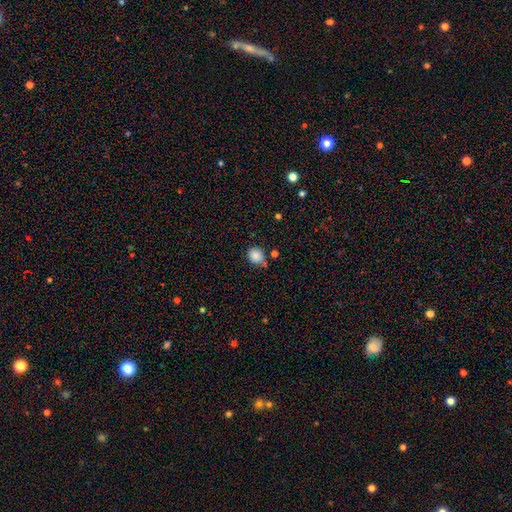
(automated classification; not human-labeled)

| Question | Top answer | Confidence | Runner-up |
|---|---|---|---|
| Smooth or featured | smooth | 85% | star or artifact (10%) |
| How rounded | round | 85% | in between (14%) |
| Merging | none | 70% | minor disturbance (18%) |